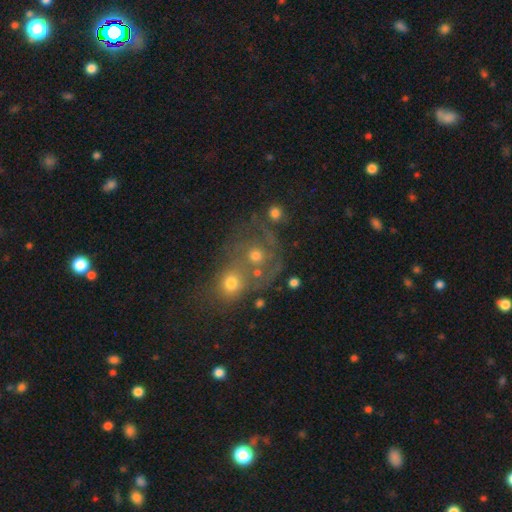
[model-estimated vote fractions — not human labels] Overall: smooth (50%; featured or disk 33%). Merging: merger (45%; none 34%).